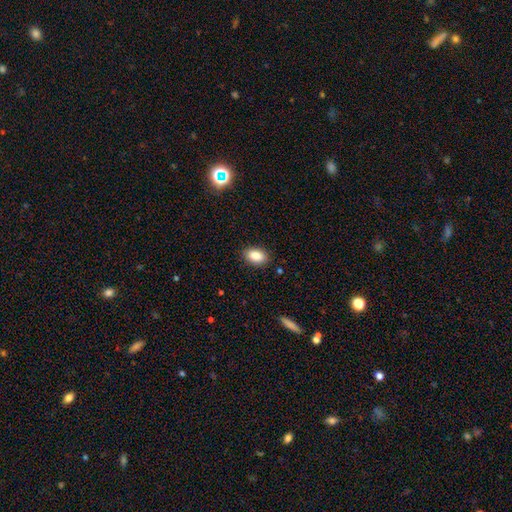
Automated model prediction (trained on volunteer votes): This is clearly a smooth galaxy (87%). How rounded: clearly in between (87%). Merging: clearly none (88%).